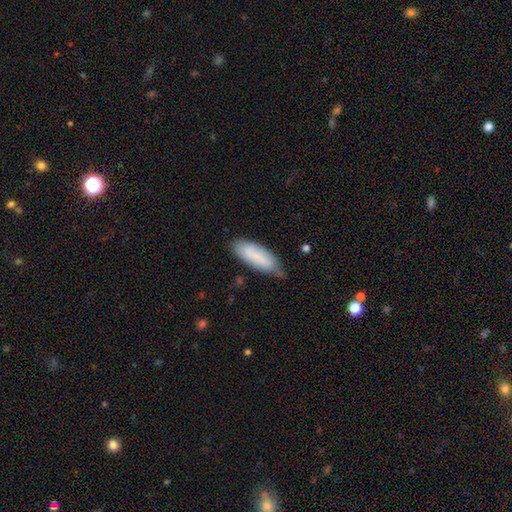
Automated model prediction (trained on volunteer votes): Q: Smooth or featured?
A: smooth (80%); runner-up: featured or disk (13%)
Q: How rounded?
A: in between (69%); runner-up: cigar-shaped (30%)
Q: Merging?
A: none (61%); runner-up: minor disturbance (30%)